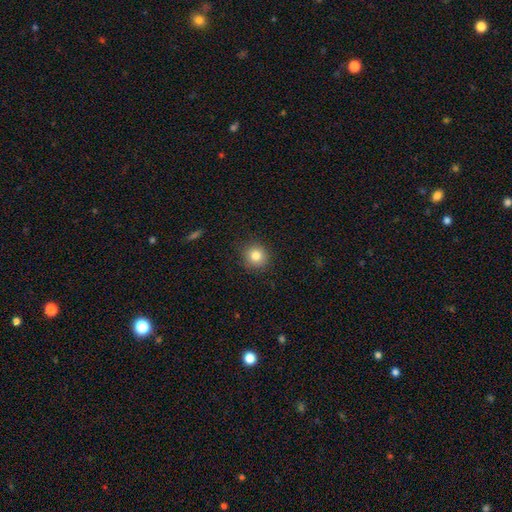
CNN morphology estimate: Smooth or featured? Predicted: smooth (p=0.83). How rounded? Predicted: round (p=0.90). Merging? Predicted: none (p=0.89).